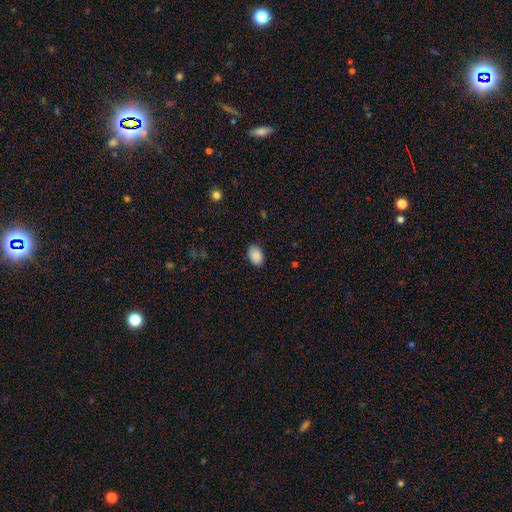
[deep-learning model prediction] Smooth or featured: smooth — 89% (star or artifact — 7%)
How rounded: in between — 86% (round — 13%)
Merging: none — 86% (minor disturbance — 10%)